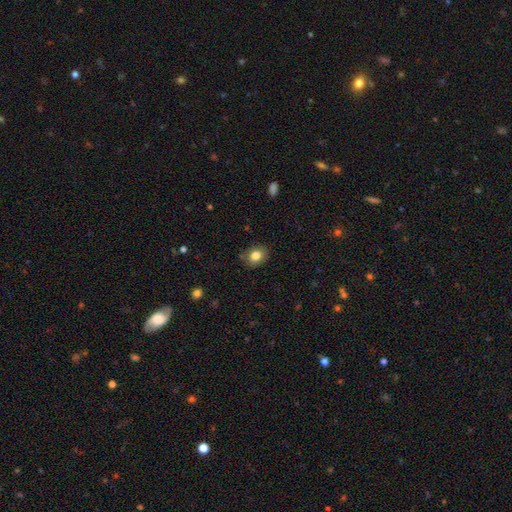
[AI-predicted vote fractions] smooth-or-featured: smooth: 80% | featured or disk: 11% | star or artifact: 9%
  how-rounded: in between: 52% | round: 47% | cigar-shaped: 1%
  merging: none: 82% | minor disturbance: 14% | major disturbance: 3% | merger: 1%